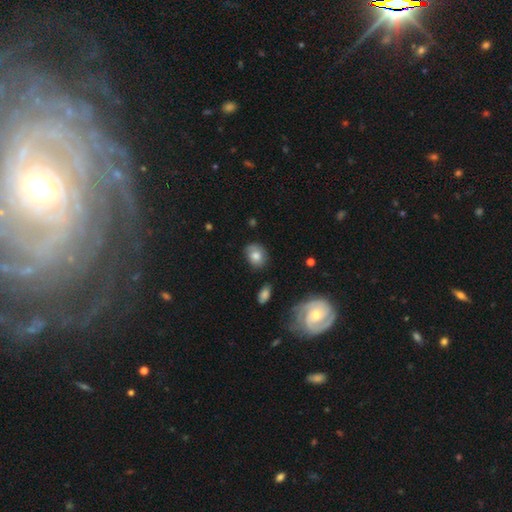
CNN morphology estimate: Smooth or featured?
  - smooth: 73% *
  - featured or disk: 19%
  - star or artifact: 9%
How rounded?
  - round: 55% *
  - in between: 44%
  - cigar-shaped: 1%
Merging?
  - none: 68% *
  - minor disturbance: 24%
  - major disturbance: 6%
  - merger: 2%